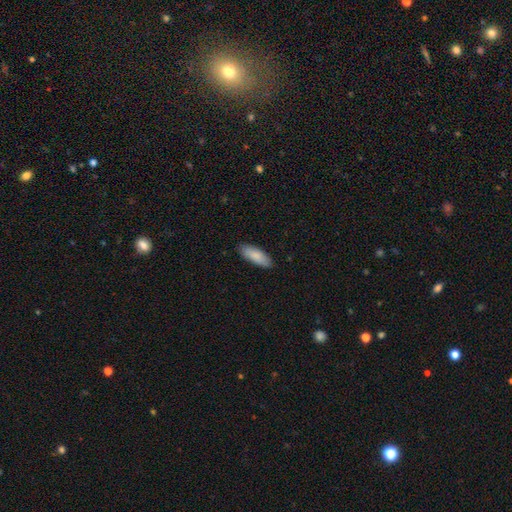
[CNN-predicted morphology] This appears to be a smooth galaxy with no disk features (87%) that is in between round and cigar-shaped (69%). Merging: none (87%).